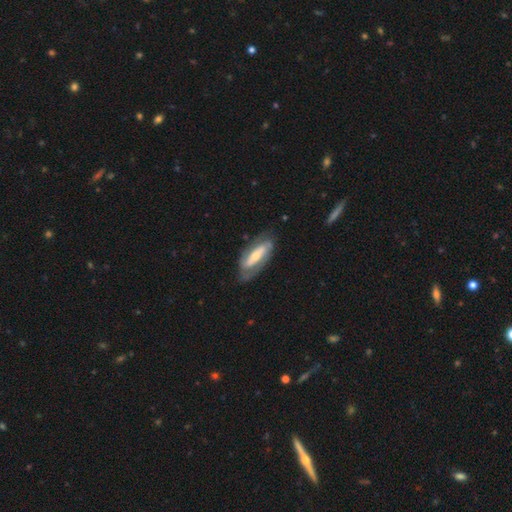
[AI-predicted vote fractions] This appears to be a featured or disk galaxy (74%) with a strong bar (54%), 2 (77%) tight (44%) spiral arms (78%) and a moderate central bulge (47%). Merging: none (73%).